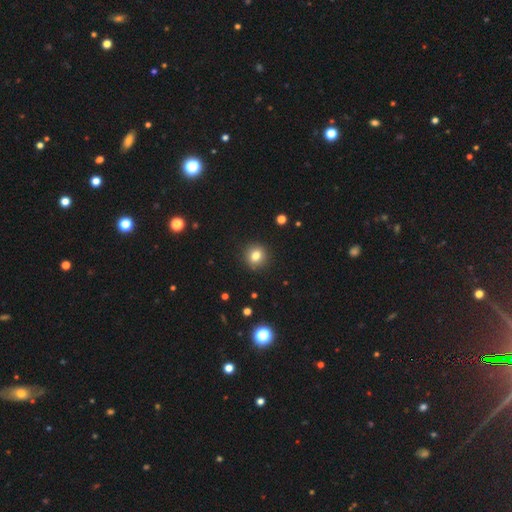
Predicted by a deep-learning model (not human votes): Smooth or featured?
  - smooth: 80% *
  - star or artifact: 12%
  - featured or disk: 8%
How rounded?
  - round: 88% *
  - in between: 11%
  - cigar-shaped: 1%
Merging?
  - none: 91% *
  - minor disturbance: 6%
  - major disturbance: 2%
  - merger: 1%